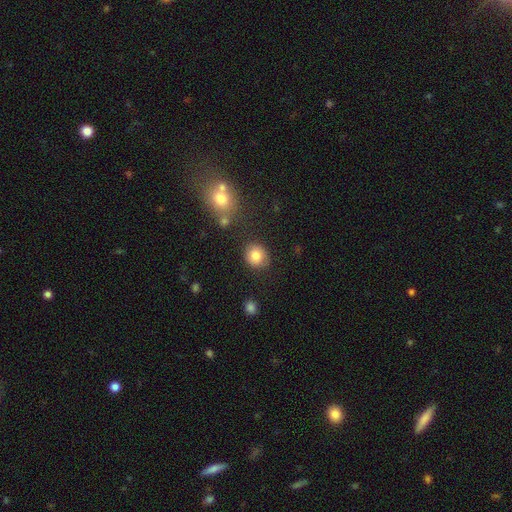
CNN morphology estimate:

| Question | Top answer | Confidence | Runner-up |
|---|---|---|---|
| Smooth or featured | smooth | 82% | star or artifact (9%) |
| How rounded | round | 78% | in between (21%) |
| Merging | none | 83% | minor disturbance (11%) |